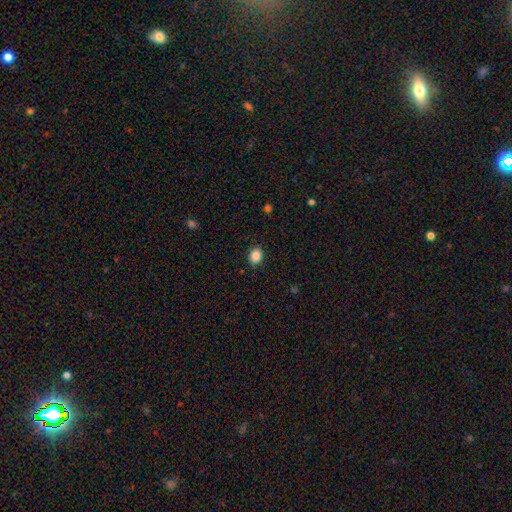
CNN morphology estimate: Smooth or featured: smooth — 87% (star or artifact — 9%)
How rounded: in between — 57% (round — 42%)
Merging: none — 88% (minor disturbance — 9%)